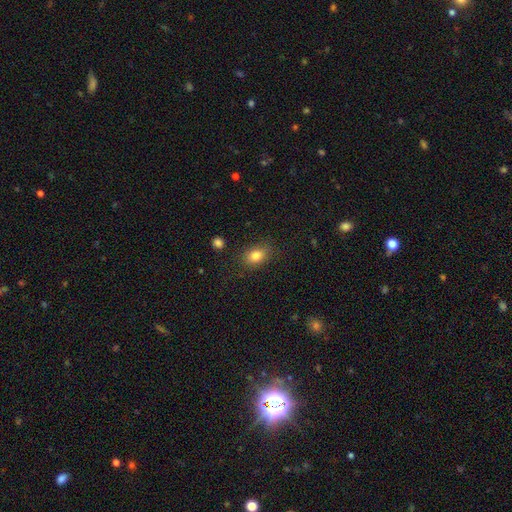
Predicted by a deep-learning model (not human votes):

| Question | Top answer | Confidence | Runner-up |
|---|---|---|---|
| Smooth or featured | smooth | 82% | star or artifact (10%) |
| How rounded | in between | 76% | round (23%) |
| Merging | none | 81% | minor disturbance (13%) |